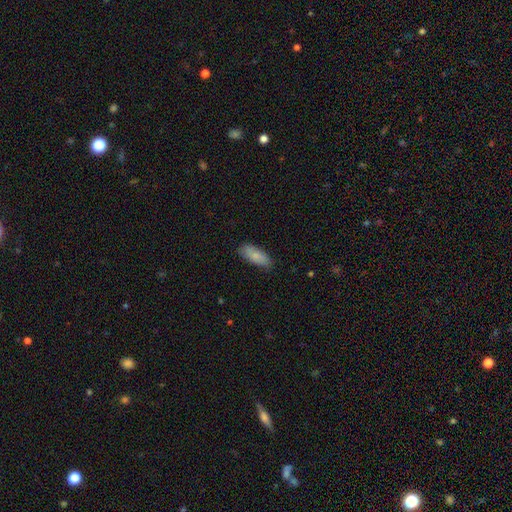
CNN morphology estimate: The model was most divided on "how rounded": in between: 74%, cigar-shaped: 24%, round: 2%. More confident: smooth or featured — smooth (82%); merging — none (79%).